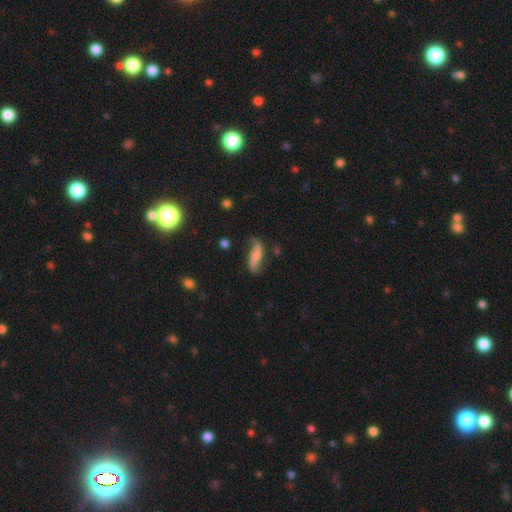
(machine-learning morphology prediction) The model was most divided on "smooth or featured": featured or disk: 58%, smooth: 34%, star or artifact: 8%. More confident: edge-on disk — no (83%); merging — none (59%).